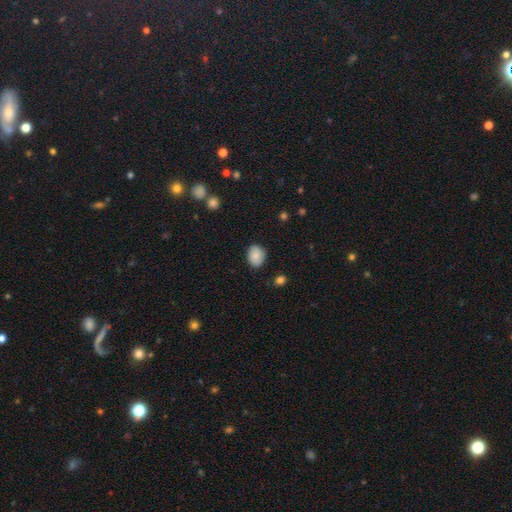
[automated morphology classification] Smooth or featured? smooth (84%)
How rounded? in between (55%)
Merging? none (79%)